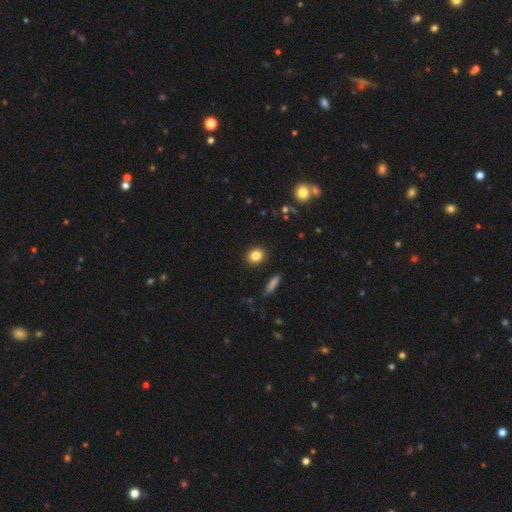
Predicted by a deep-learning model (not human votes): This is clearly a smooth galaxy (84%). How rounded: likely round (65%). Merging: clearly none (90%).